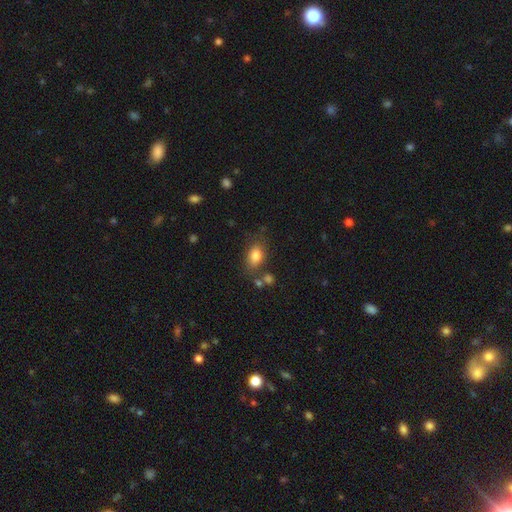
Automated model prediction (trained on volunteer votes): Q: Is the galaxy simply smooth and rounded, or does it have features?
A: smooth — 82%.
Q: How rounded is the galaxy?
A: in between — 83%.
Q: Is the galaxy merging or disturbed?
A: none — 69%.